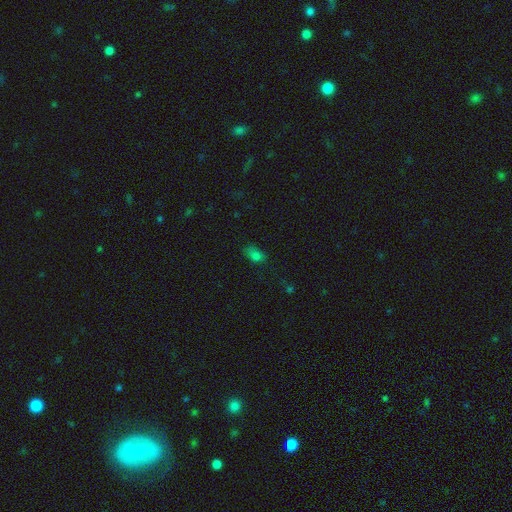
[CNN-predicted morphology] Overall: smooth (76%). How rounded: in between (82%). Merging: none (61%; minor disturbance 28%).